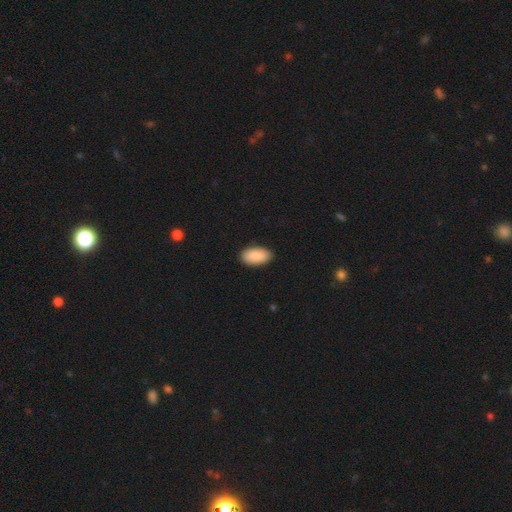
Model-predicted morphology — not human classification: Smooth or featured: smooth — 90% (star or artifact — 6%)
How rounded: in between — 95% (round — 3%)
Merging: none — 88% (minor disturbance — 9%)